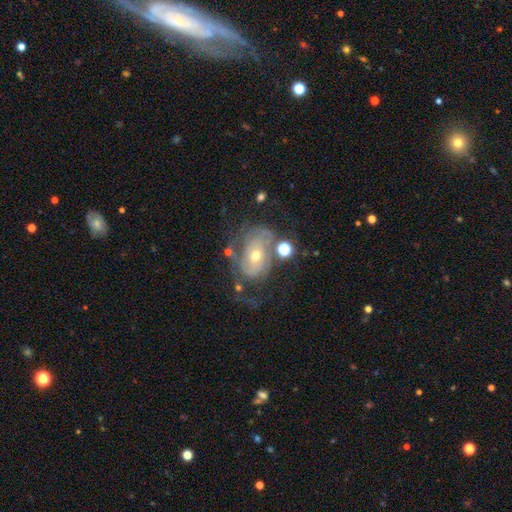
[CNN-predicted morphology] Q: Smooth or featured?
A: featured or disk (78%); runner-up: smooth (14%)
Q: Edge-on disk?
A: no (96%); runner-up: yes (4%)
Q: Bar?
A: no (68%); runner-up: weak (24%)
Q: Spiral arms?
A: yes (83%); runner-up: no (17%)
Q: Spiral winding?
A: tight (58%); runner-up: medium (29%)
Q: Spiral arm count?
A: 2 (39%); runner-up: can't tell (38%)
Q: Bulge size?
A: moderate (50%); runner-up: small (46%)
Q: Merging?
A: none (48%); runner-up: major disturbance (23%)